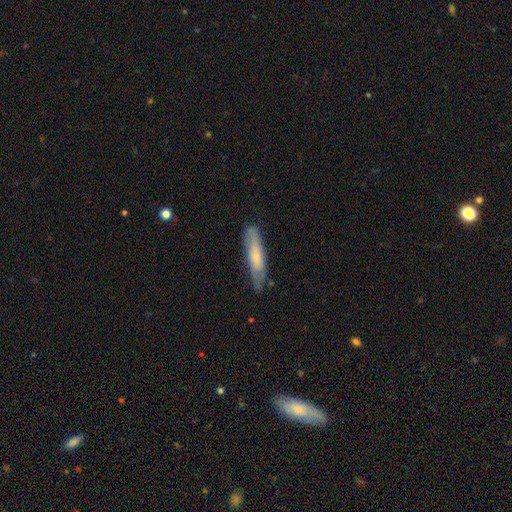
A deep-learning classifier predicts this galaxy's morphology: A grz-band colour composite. It shows a smooth galaxy with no disk features (60%) that is cigar-shaped (83%). Merging: none (73%).